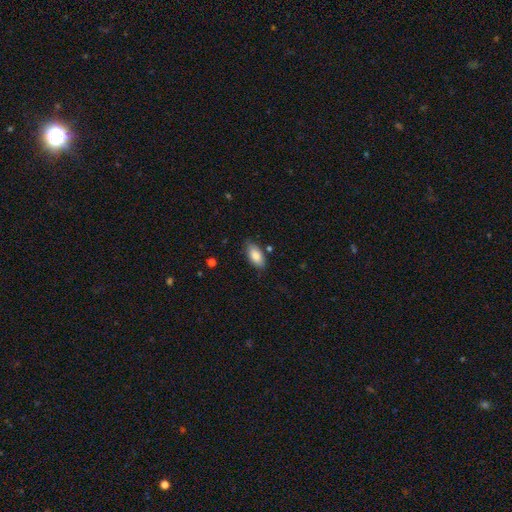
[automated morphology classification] Q: Smooth or featured?
A: smooth (85%); runner-up: featured or disk (9%)
Q: How rounded?
A: in between (91%); runner-up: cigar-shaped (6%)
Q: Merging?
A: none (79%); runner-up: minor disturbance (16%)